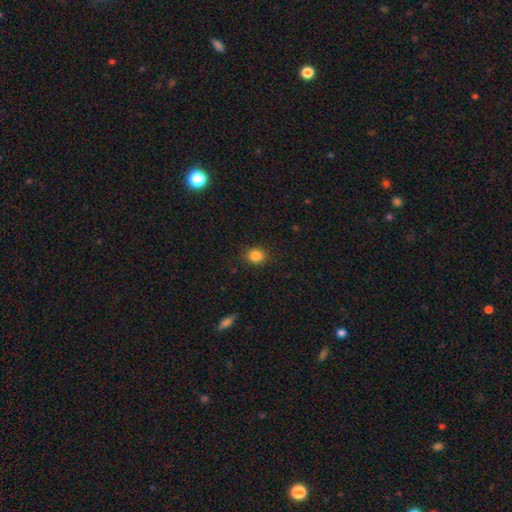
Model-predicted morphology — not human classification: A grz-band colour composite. It shows a smooth galaxy with no disk features (85%) that is round (69%). Merging: none (89%).